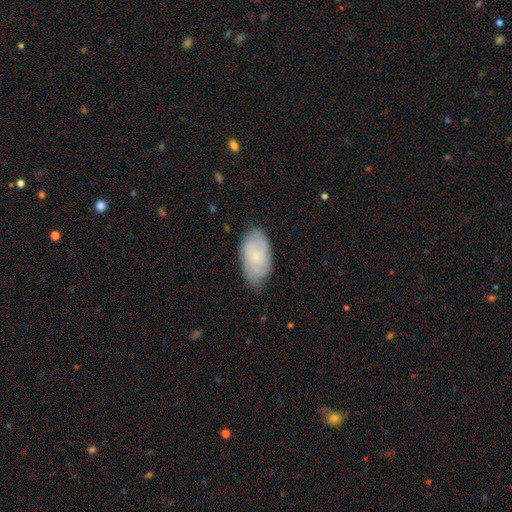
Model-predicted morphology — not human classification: Smooth or featured: featured or disk — 56% (smooth — 37%)
Edge-on disk: no — 95% (yes — 5%)
Bar: no — 78% (weak — 19%)
Spiral arms: yes — 85% (no — 15%)
Bulge size: small — 79% (moderate — 15%)
Merging: none — 75% (minor disturbance — 19%)